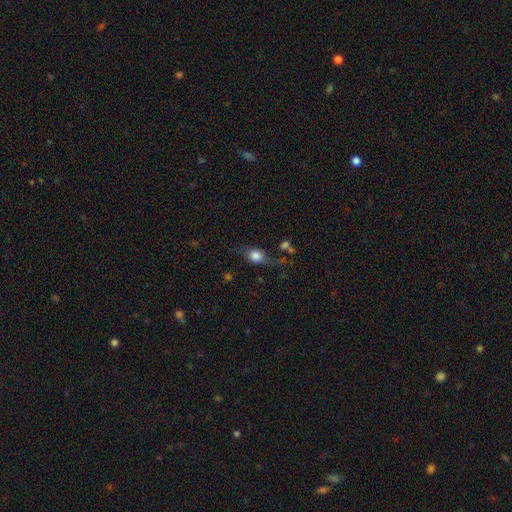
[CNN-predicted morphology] smooth_or_featured: smooth (p=0.65) [alt: featured or disk p=0.25]
how_rounded: in between (p=0.48) [alt: round p=0.46]
merging: none (p=0.55) [alt: minor disturbance p=0.23]